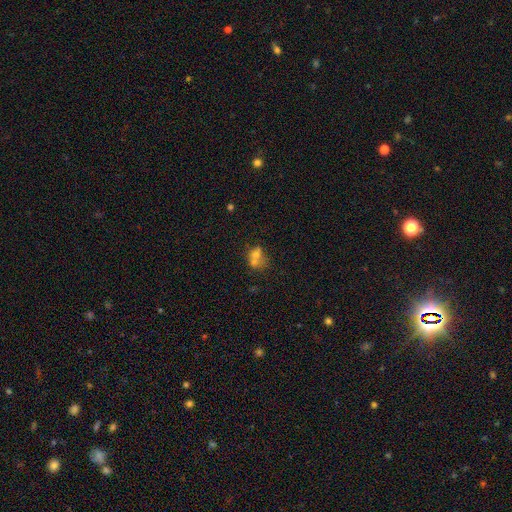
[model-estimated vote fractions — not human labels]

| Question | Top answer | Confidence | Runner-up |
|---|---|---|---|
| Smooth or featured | smooth | 61% | featured or disk (25%) |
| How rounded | round | 58% | in between (41%) |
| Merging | merger | 57% | none (27%) |